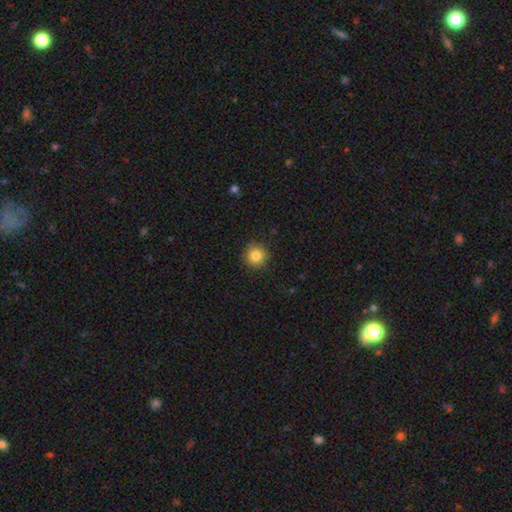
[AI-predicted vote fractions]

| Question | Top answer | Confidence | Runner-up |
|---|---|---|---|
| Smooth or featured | smooth | 85% | star or artifact (10%) |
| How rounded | round | 94% | in between (5%) |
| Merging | none | 90% | minor disturbance (7%) |